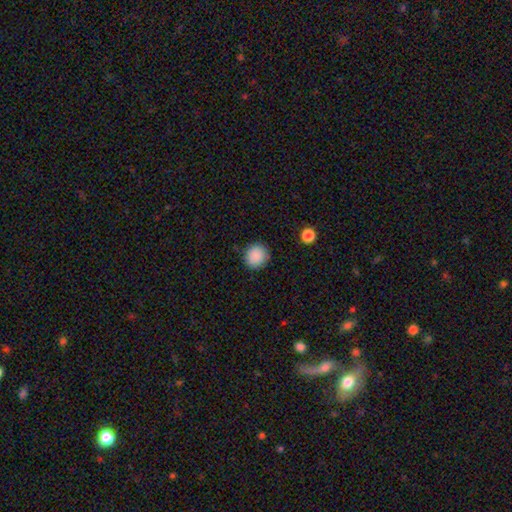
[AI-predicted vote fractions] A smooth galaxy with no disk features (88%) that is round (86%).

Vote fractions:
- Smooth or featured? smooth: 88% / star or artifact: 9% / featured or disk: 3%
- How rounded? round: 86% / in between: 13% / cigar-shaped: 1%
- Merging? none: 87% / minor disturbance: 9% / major disturbance: 3% / merger: 1%